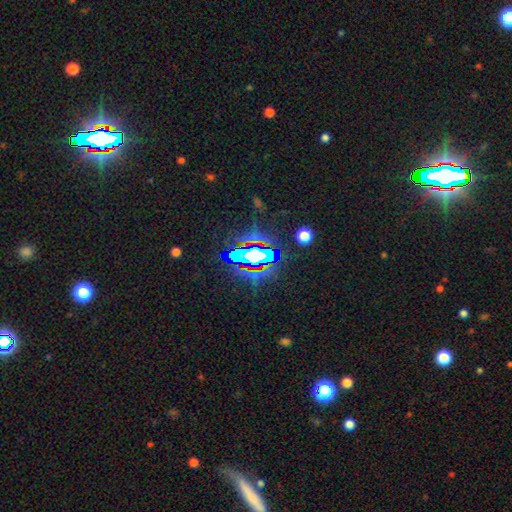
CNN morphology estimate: A star or artifact, not a galaxy (68%).